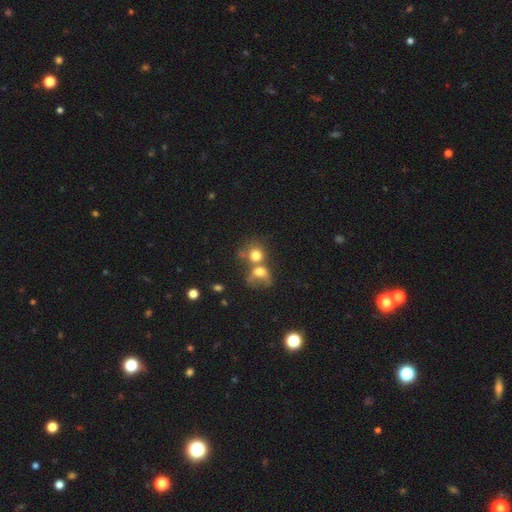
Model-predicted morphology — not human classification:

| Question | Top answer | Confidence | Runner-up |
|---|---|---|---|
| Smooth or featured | smooth | 72% | featured or disk (16%) |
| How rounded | round | 73% | in between (26%) |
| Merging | merger | 59% | none (25%) |